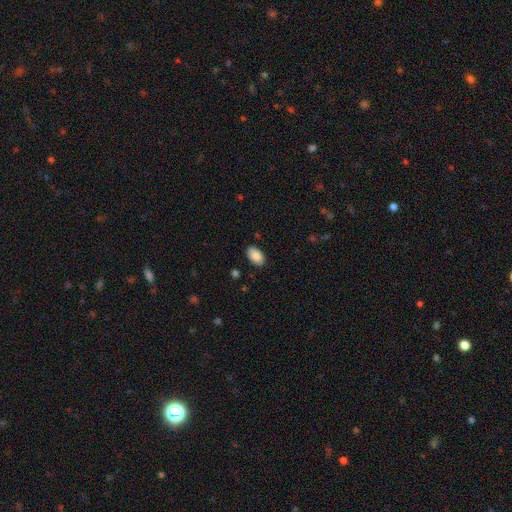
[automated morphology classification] Smooth or featured? smooth (88%)
How rounded? in between (93%)
Merging? none (86%)